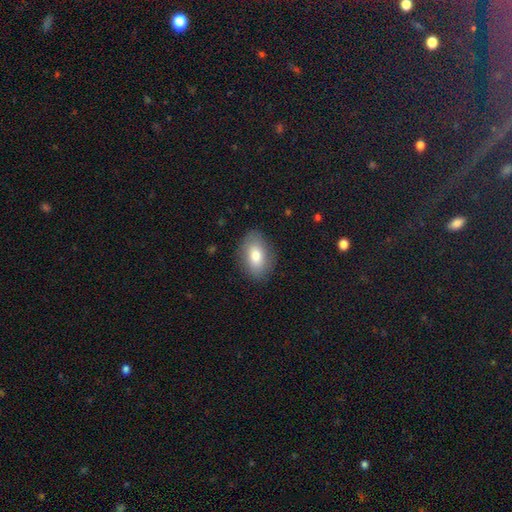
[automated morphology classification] This appears to be a smooth galaxy with no disk features (79%) that is in between round and cigar-shaped (88%). Merging: none (85%).